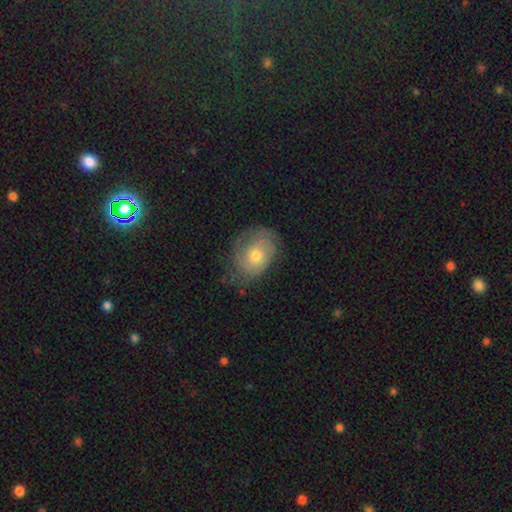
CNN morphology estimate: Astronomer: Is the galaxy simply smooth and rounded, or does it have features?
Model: featured or disk — 57% (runner-up: smooth, 35%).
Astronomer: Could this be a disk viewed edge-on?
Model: no — 96%.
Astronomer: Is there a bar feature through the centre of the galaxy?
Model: no — 84%.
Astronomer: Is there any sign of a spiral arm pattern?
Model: yes — 79%.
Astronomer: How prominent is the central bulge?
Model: moderate — 59% (runner-up: small, 36%).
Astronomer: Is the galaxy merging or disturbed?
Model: none — 60%.